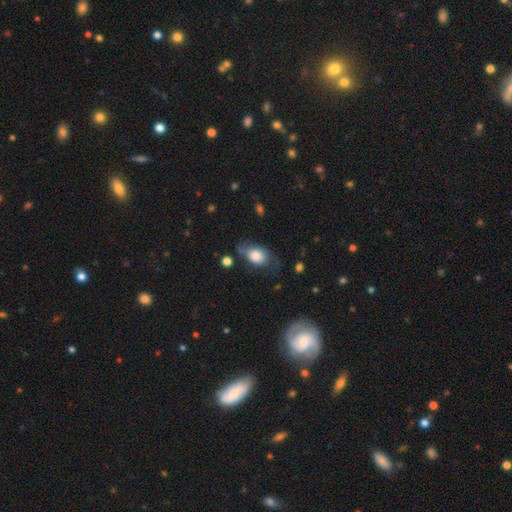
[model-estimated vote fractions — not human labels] smooth-or-featured: smooth: 74% | featured or disk: 18% | star or artifact: 7%
  how-rounded: in between: 81% | round: 17% | cigar-shaped: 2%
  merging: none: 52% | minor disturbance: 30% | major disturbance: 15% | merger: 3%